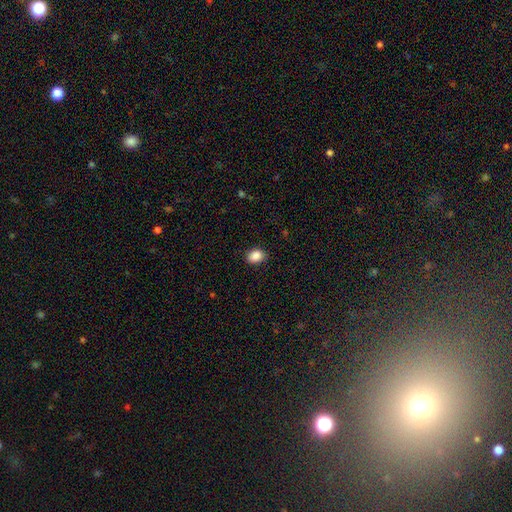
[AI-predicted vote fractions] This appears to be a smooth galaxy with no disk features (88%) that is in between round and cigar-shaped (70%). Merging: none (87%).